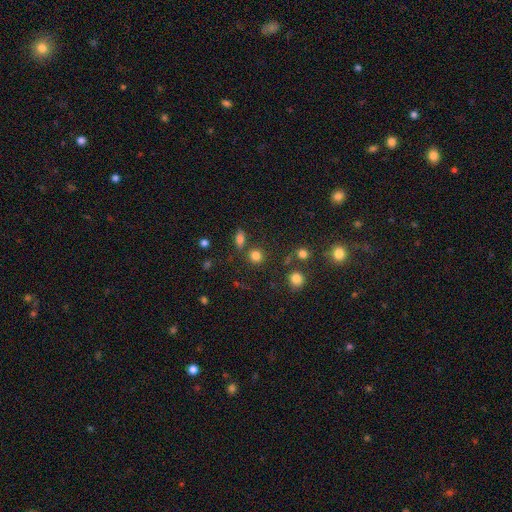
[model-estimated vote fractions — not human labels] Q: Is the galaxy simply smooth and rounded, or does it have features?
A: smooth — 80%.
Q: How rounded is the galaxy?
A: round — 83%.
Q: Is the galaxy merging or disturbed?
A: none — 75%.